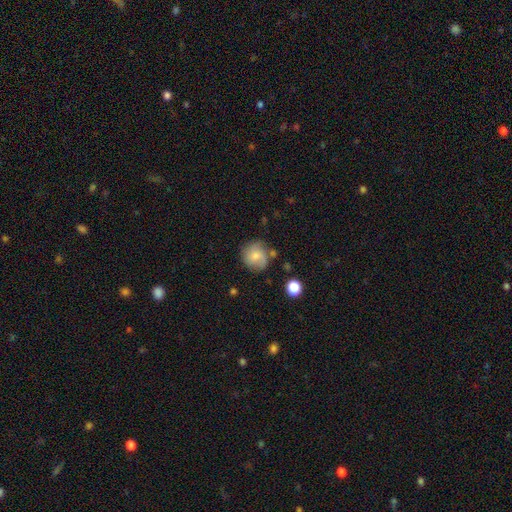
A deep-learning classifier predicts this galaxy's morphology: Smooth or featured? Predicted: smooth (p=0.71). How rounded? Predicted: round (p=0.87). Merging? Predicted: none (p=0.68).